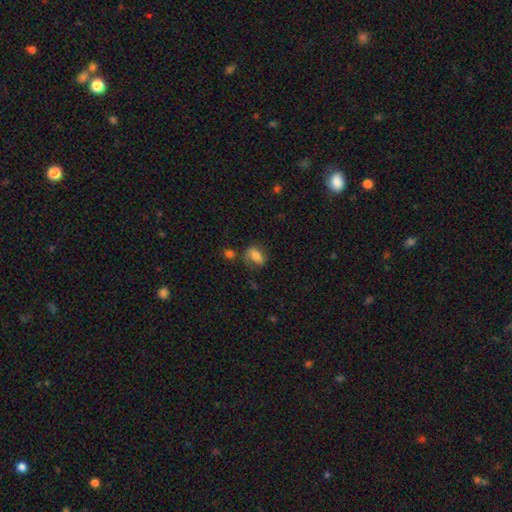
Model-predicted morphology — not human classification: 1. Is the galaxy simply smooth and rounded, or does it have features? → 71% smooth, 20% featured or disk, 9% star or artifact.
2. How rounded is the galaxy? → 79% in between, 19% round, 3% cigar-shaped.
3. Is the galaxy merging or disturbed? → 57% none, 23% minor disturbance, 12% major disturbance, 7% merger.